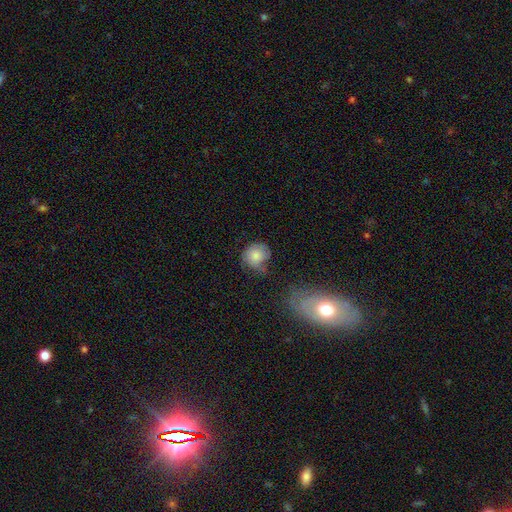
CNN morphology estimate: Smooth or featured? smooth (79%)
How rounded? round (79%)
Merging? none (50%)